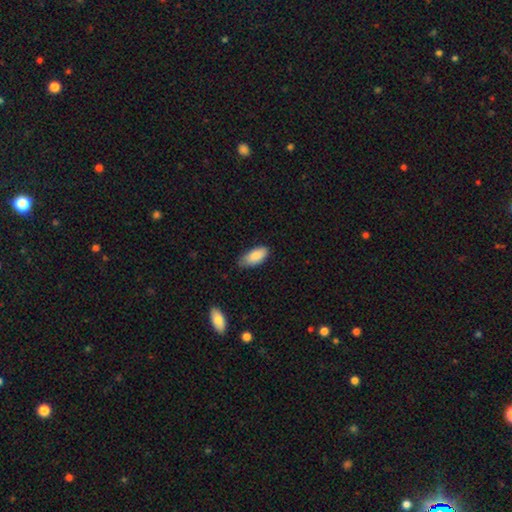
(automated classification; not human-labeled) Smooth or featured: smooth — 87% (featured or disk — 7%)
How rounded: in between — 90% (cigar-shaped — 8%)
Merging: none — 64% (minor disturbance — 30%)